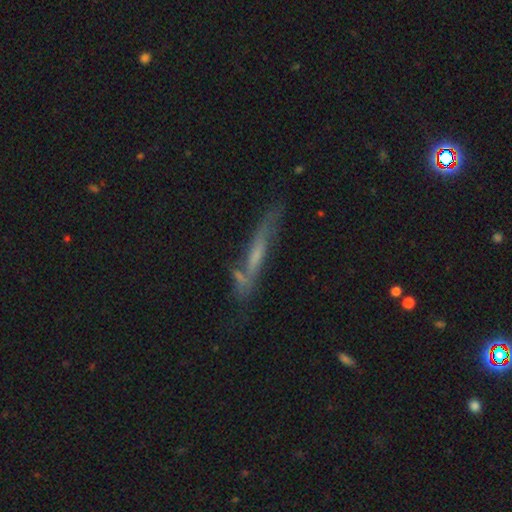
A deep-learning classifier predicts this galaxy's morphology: Q: Smooth or featured?
A: featured or disk (54%); runner-up: smooth (36%)
Q: Edge-on disk?
A: yes (75%); runner-up: no (25%)
Q: Merging?
A: none (61%); runner-up: minor disturbance (21%)